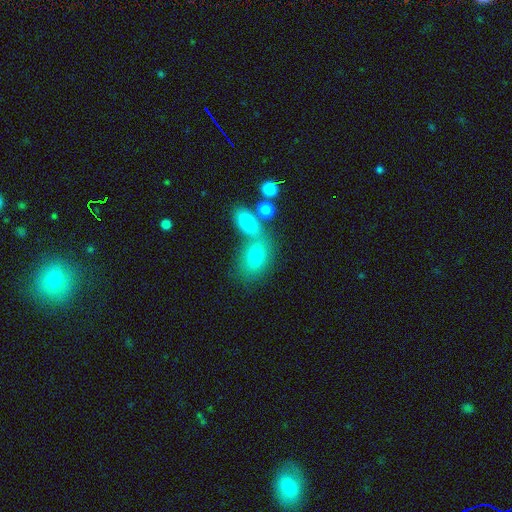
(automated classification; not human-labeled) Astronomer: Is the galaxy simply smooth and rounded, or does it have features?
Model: smooth — 73%.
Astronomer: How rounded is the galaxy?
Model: in between — 76%.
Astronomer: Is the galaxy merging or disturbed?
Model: merger — 43% (runner-up: none, 40%).